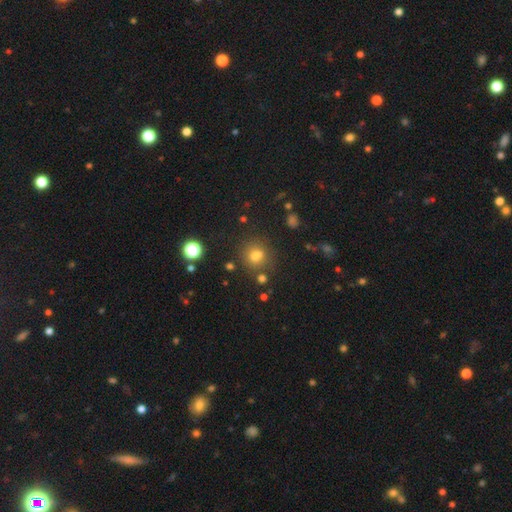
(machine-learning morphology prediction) Smooth or featured? Predicted: smooth (p=0.70). How rounded? Predicted: round (p=0.80). Merging? Predicted: none (p=0.67).